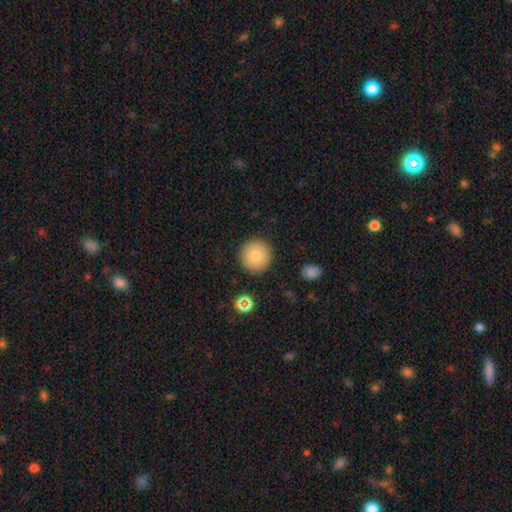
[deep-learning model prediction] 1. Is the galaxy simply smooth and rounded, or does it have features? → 84% smooth, 9% star or artifact, 7% featured or disk.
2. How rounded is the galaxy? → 96% round, 3% in between, 1% cigar-shaped.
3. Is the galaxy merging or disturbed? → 91% none, 6% minor disturbance, 2% major disturbance, 1% merger.